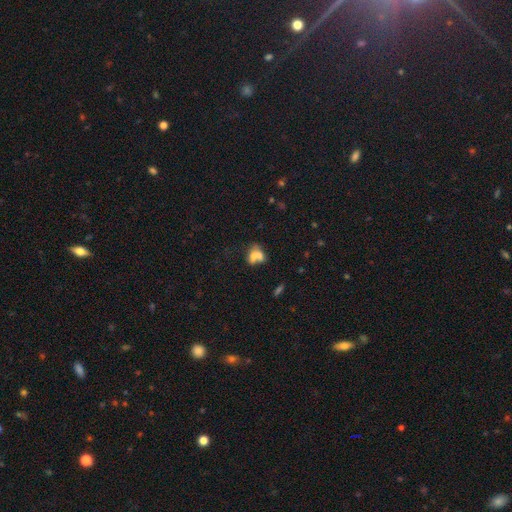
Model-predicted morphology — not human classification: Overall: smooth (64%). How rounded: in between (66%; round 31%). Merging: merger (58%; none 25%).